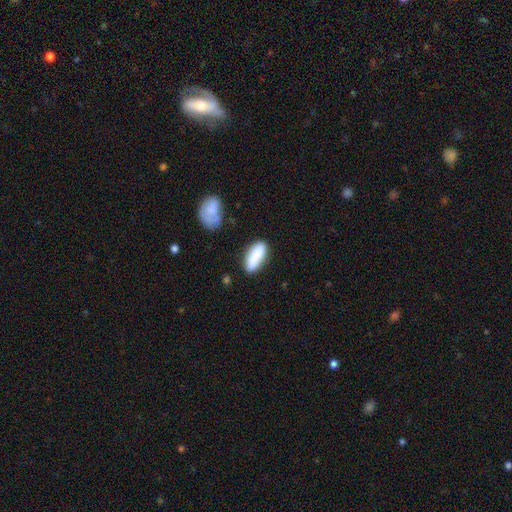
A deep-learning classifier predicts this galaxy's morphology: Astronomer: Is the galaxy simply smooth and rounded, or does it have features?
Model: smooth — 84%.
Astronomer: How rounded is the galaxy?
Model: in between — 78%.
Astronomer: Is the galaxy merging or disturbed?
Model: none — 67%.